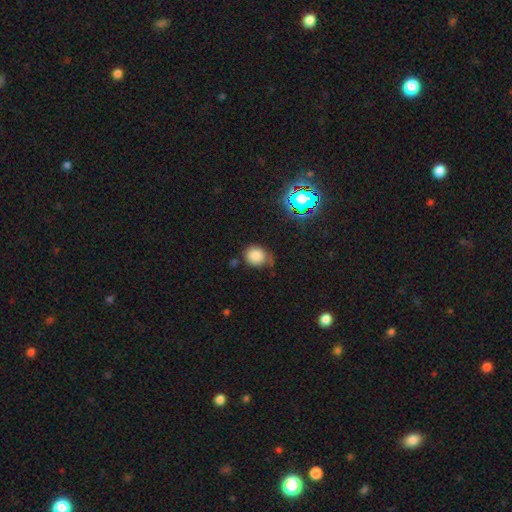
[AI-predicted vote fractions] Smooth or featured? smooth (80%)
How rounded? round (76%)
Merging? none (54%)